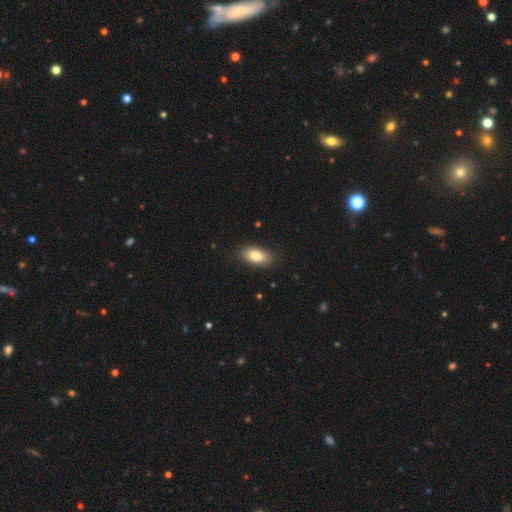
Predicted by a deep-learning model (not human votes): This appears to be a smooth galaxy with no disk features (83%) that is in between round and cigar-shaped (90%). Merging: none (86%).